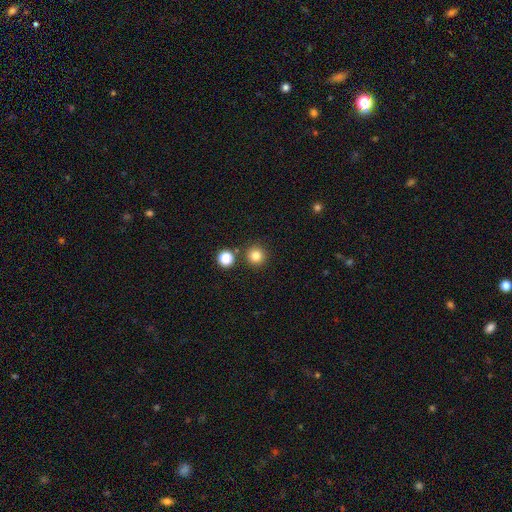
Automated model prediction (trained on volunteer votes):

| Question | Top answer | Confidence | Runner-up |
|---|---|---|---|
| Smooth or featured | smooth | 82% | star or artifact (13%) |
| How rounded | round | 95% | in between (4%) |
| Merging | none | 86% | merger (6%) |